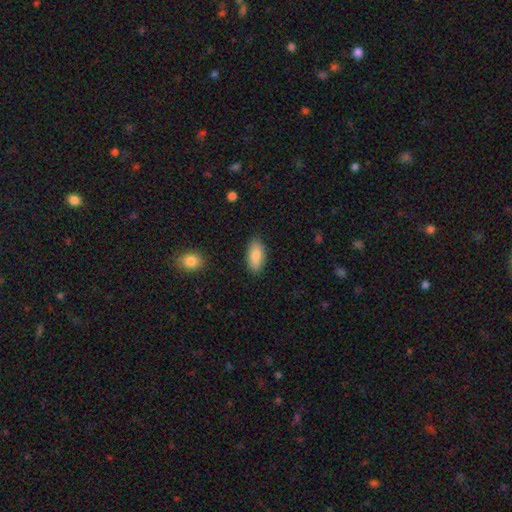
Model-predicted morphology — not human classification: Q: Smooth or featured?
A: smooth (85%); runner-up: featured or disk (9%)
Q: How rounded?
A: in between (90%); runner-up: cigar-shaped (8%)
Q: Merging?
A: none (86%); runner-up: minor disturbance (10%)